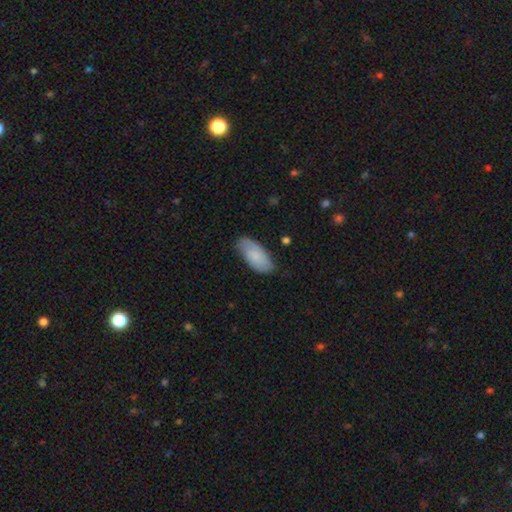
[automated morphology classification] Q: Smooth or featured?
A: smooth (75%); runner-up: featured or disk (19%)
Q: How rounded?
A: in between (90%); runner-up: cigar-shaped (8%)
Q: Merging?
A: none (74%); runner-up: minor disturbance (21%)